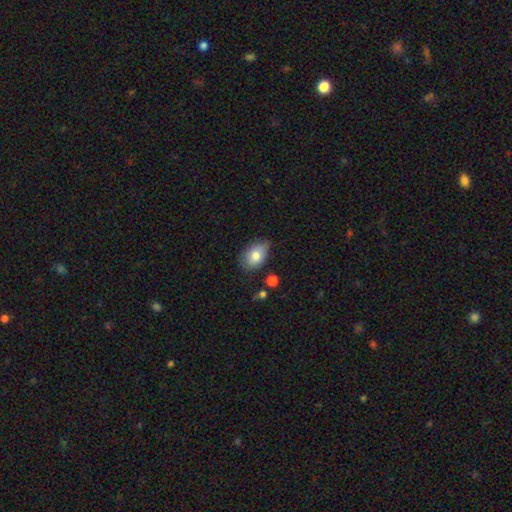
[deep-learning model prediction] Smooth or featured?
  - smooth: 79% *
  - featured or disk: 13%
  - star or artifact: 8%
How rounded?
  - in between: 82% *
  - round: 17%
  - cigar-shaped: 1%
Merging?
  - none: 63% *
  - minor disturbance: 29%
  - major disturbance: 5%
  - merger: 3%